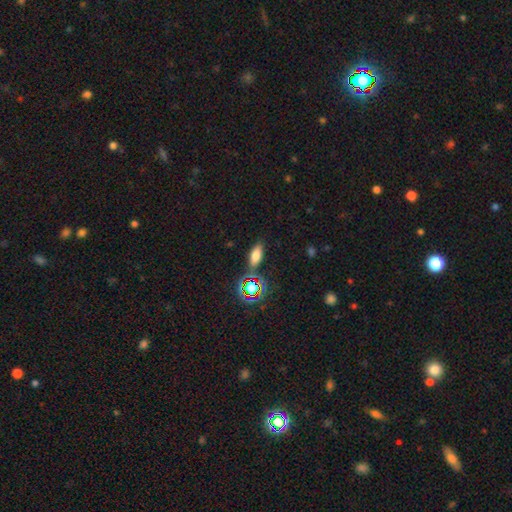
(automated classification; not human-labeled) A smooth galaxy with no disk features (69%) that is in between round and cigar-shaped (75%).

Vote fractions:
- Smooth or featured? smooth: 69% / star or artifact: 19% / featured or disk: 12%
- How rounded? in between: 75% / cigar-shaped: 19% / round: 6%
- Merging? none: 76% / minor disturbance: 13% / merger: 6% / major disturbance: 4%